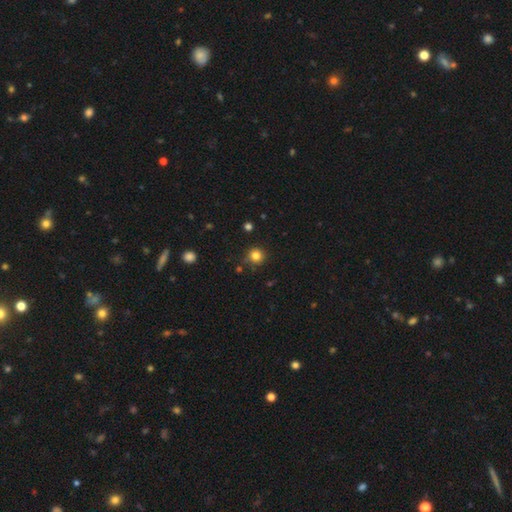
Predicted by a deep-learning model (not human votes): This is clearly a smooth galaxy (82%). How rounded: clearly round (94%). Merging: clearly none (84%).